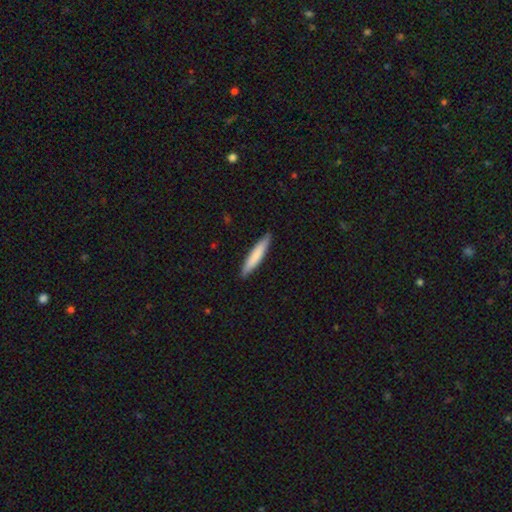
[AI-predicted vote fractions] Q: Smooth or featured?
A: smooth (78%); runner-up: featured or disk (17%)
Q: How rounded?
A: cigar-shaped (91%); runner-up: in between (8%)
Q: Merging?
A: none (89%); runner-up: minor disturbance (9%)